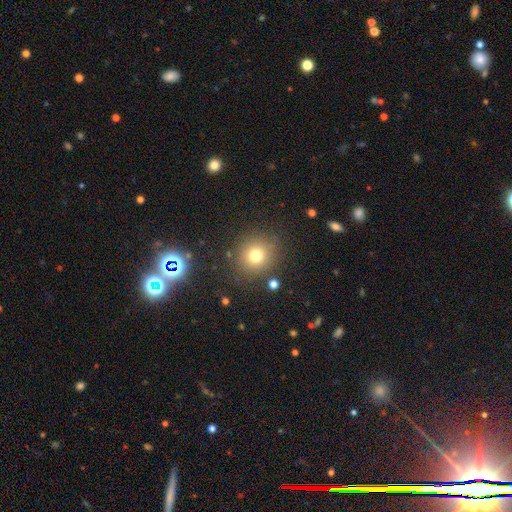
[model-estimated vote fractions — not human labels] Overall: smooth (74%). How rounded: round (87%). Merging: none (84%).